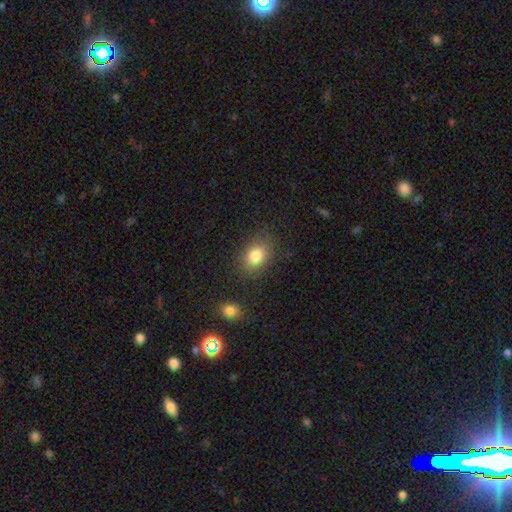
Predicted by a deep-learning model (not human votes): Morphology: type=smooth (82%); roundness=in between (66%); merging=none (81%).